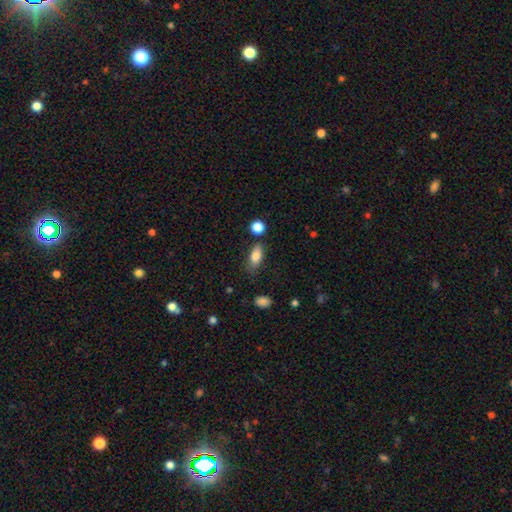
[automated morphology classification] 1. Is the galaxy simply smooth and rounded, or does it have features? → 82% smooth, 11% featured or disk, 8% star or artifact.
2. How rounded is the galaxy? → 82% in between, 13% cigar-shaped, 4% round.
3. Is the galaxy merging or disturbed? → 68% none, 22% minor disturbance, 5% major disturbance, 5% merger.